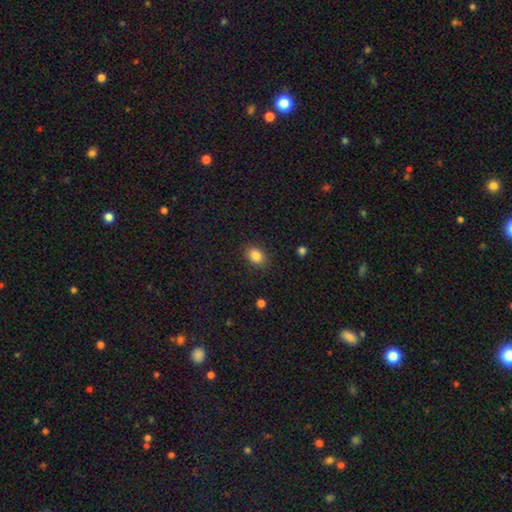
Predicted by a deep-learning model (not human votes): Smooth or featured? smooth (85%)
How rounded? in between (64%)
Merging? none (88%)